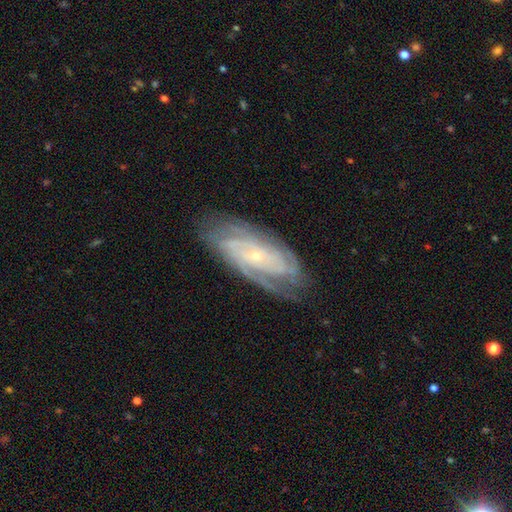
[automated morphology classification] This appears to be a featured or disk galaxy (84%) with no bar (65%), tight (67%) spiral arms (95%) and a small central bulge (83%). Merging: none (76%).